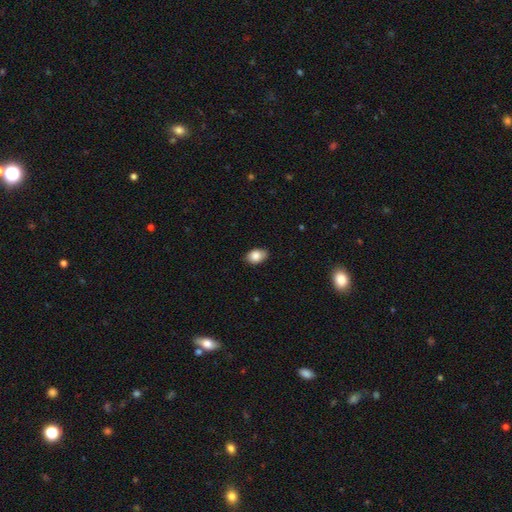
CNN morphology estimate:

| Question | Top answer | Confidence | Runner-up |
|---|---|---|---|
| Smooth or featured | smooth | 85% | featured or disk (8%) |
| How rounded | in between | 85% | round (13%) |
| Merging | none | 83% | minor disturbance (13%) |